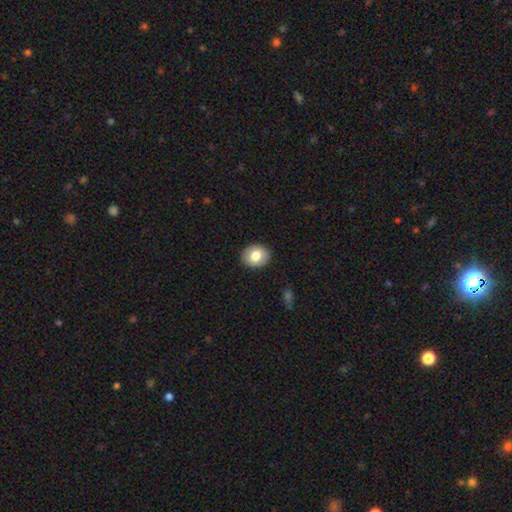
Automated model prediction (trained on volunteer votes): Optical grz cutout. It shows a smooth galaxy with no disk features (80%) that is round (64%). Merging: none (90%).